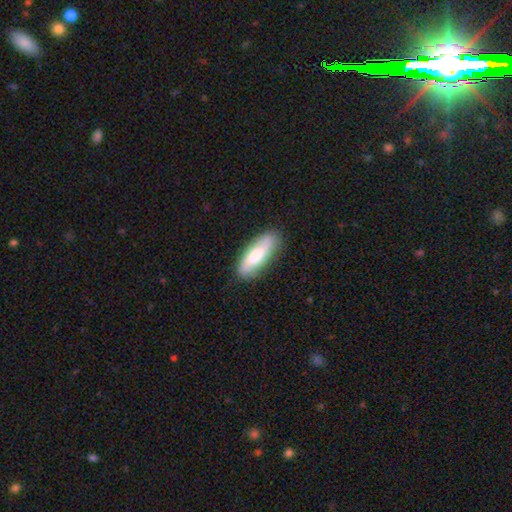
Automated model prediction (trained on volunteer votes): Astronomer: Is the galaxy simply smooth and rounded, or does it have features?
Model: smooth — 69%.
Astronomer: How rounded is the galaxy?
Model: in between — 59% (runner-up: cigar-shaped, 39%).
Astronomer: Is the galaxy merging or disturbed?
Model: none — 82%.